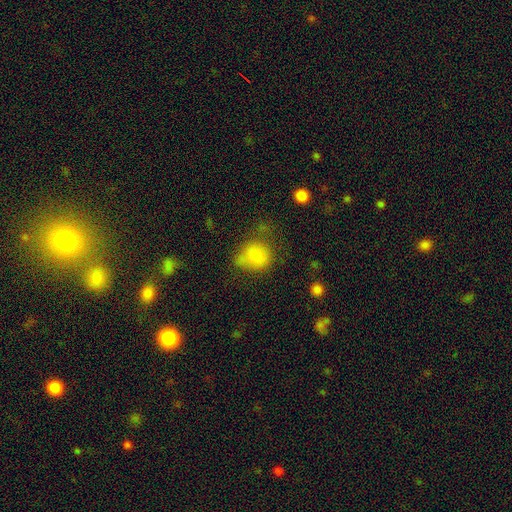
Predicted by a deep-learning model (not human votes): smooth_or_featured: smooth (p=0.76) [alt: featured or disk p=0.12]
how_rounded: round (p=0.65) [alt: in between p=0.34]
merging: none (p=0.46) [alt: minor disturbance p=0.27]